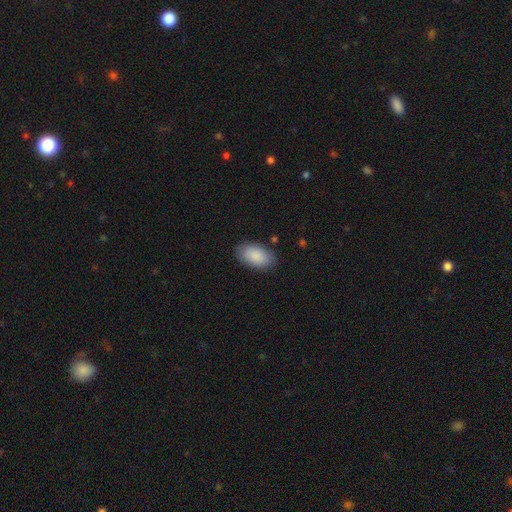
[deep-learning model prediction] This is clearly a smooth galaxy (89%). How rounded: clearly in between (95%). Merging: clearly none (85%).